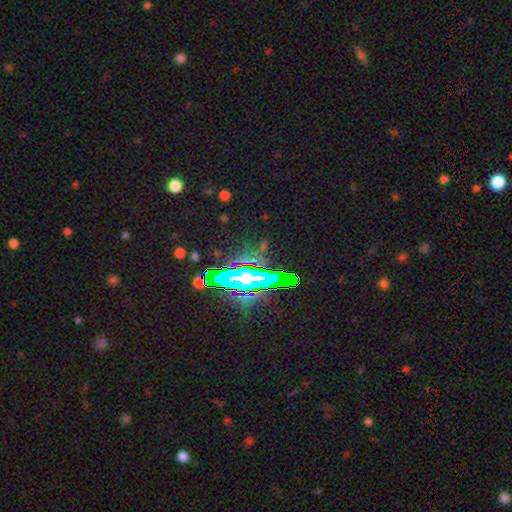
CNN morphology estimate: A star or artifact, not a galaxy (69%).

Vote fractions:
- Smooth or featured? star or artifact: 69% / featured or disk: 16% / smooth: 15%